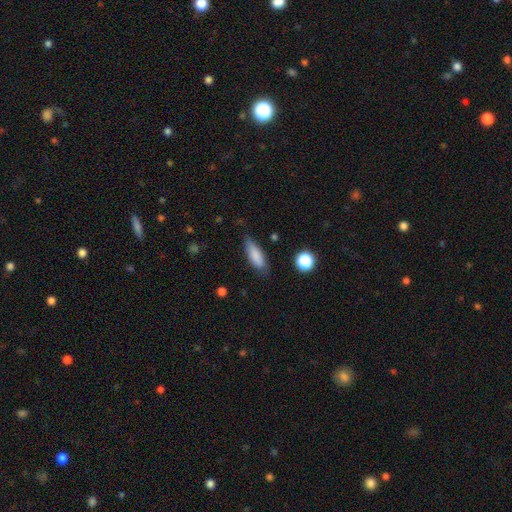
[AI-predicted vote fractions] smooth_or_featured: smooth (p=0.82) [alt: featured or disk p=0.10]
how_rounded: in between (p=0.61) [alt: cigar-shaped p=0.37]
merging: none (p=0.71) [alt: minor disturbance p=0.23]